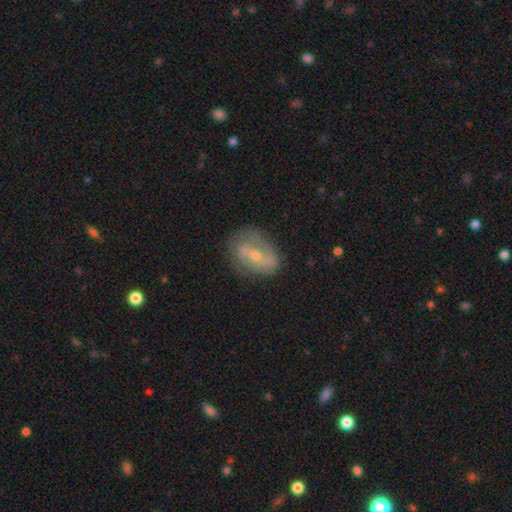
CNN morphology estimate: This is likely a featured or disk galaxy (67%). It is clearly not viewed edge-on (94%). Bar: marginally weak (40%). Spiral arm pattern: likely yes (66%). Central bulge: possibly small (52%). Merging: likely none (66%).